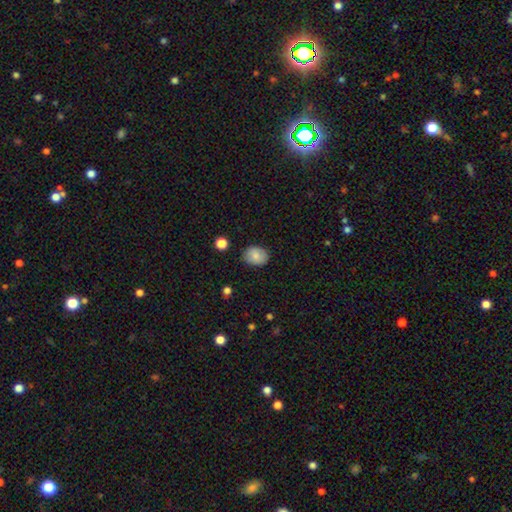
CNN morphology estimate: Q: Smooth or featured?
A: smooth (84%); runner-up: featured or disk (8%)
Q: How rounded?
A: in between (59%); runner-up: round (40%)
Q: Merging?
A: none (83%); runner-up: minor disturbance (13%)